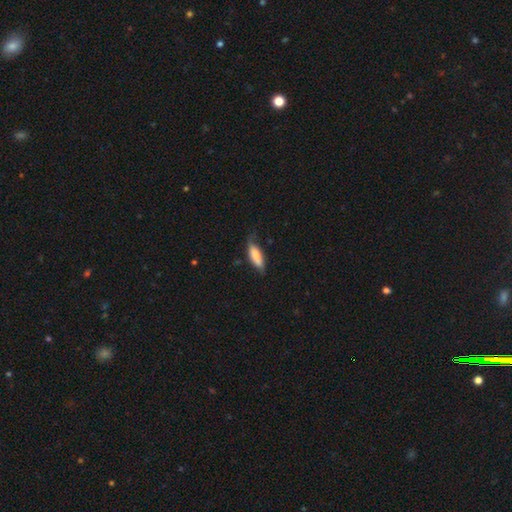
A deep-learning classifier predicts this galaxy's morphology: Overall: smooth (76%). How rounded: in between (58%; cigar-shaped 40%). Merging: none (58%; minor disturbance 32%).